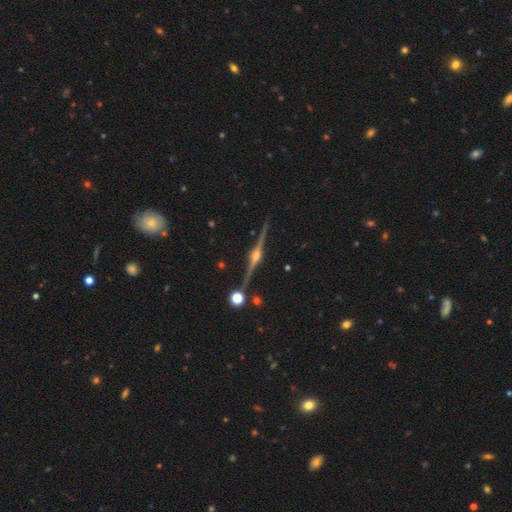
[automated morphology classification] Overall: featured or disk (90%). Edge-on disk: yes (99%). Edge-on bulge: rounded (95%). Merging: none (89%).